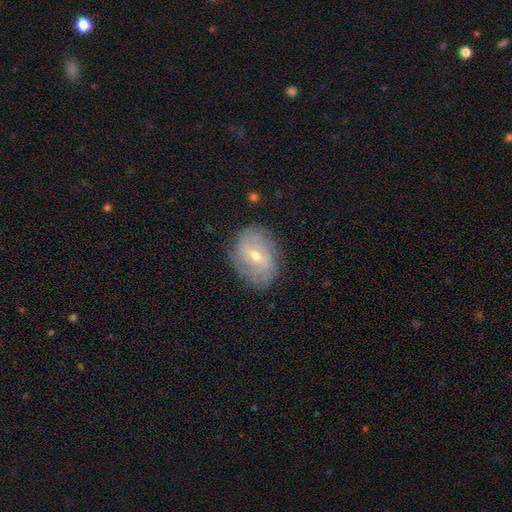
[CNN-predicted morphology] smooth-or-featured: featured or disk: 65% | smooth: 26% | star or artifact: 9%
  disk-edge-on: no: 95% | yes: 5%
    bar: no: 53% | weak: 38% | strong: 9%
    has-spiral-arms: yes: 79% | no: 21%
    bulge-size: small: 54% | moderate: 43% | large: 1% | none: 1% | dominant: 1%
  merging: none: 79% | minor disturbance: 15% | major disturbance: 5% | merger: 1%